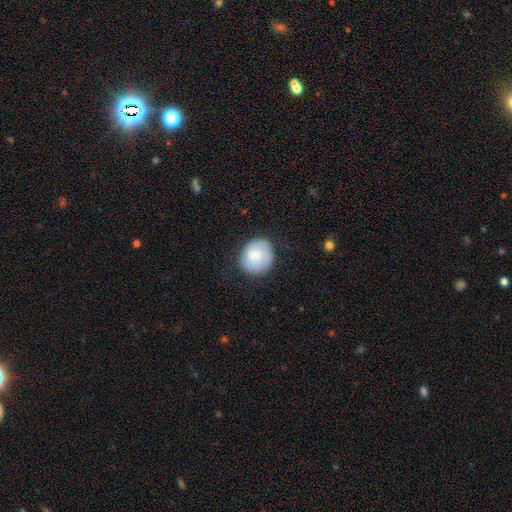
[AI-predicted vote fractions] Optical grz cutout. It shows a smooth galaxy with no disk features (70%) that is round (75%). Merging: none (74%).